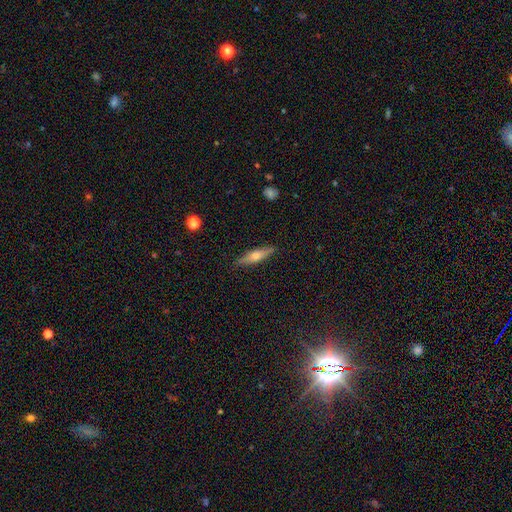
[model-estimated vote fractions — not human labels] Smooth or featured?
  - smooth: 51% *
  - featured or disk: 42%
  - star or artifact: 6%
How rounded?
  - cigar-shaped: 77% *
  - in between: 21%
  - round: 2%
Merging?
  - none: 87% *
  - minor disturbance: 10%
  - major disturbance: 2%
  - merger: 1%